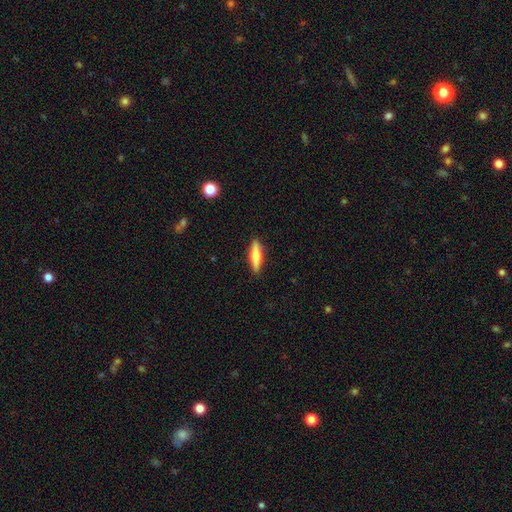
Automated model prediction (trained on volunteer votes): This is possibly a smooth galaxy (51%). How rounded: likely cigar-shaped (73%). Merging: clearly none (90%).